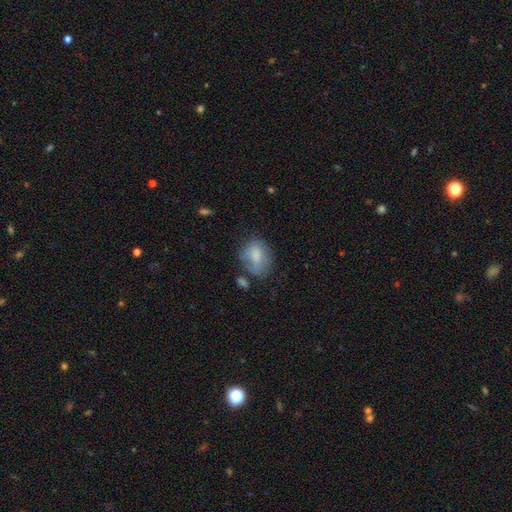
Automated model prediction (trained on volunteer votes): This is likely a smooth galaxy (74%). How rounded: likely in between (63%). Merging: possibly none (50%).